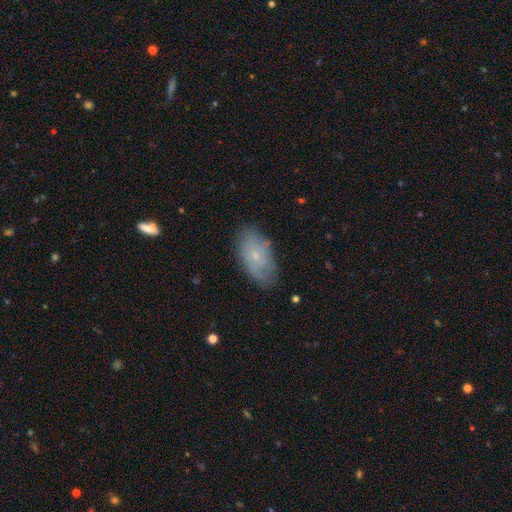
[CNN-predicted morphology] Smooth or featured?
  - smooth: 49% *
  - featured or disk: 43%
  - star or artifact: 8%
Merging?
  - none: 74% *
  - minor disturbance: 20%
  - major disturbance: 5%
  - merger: 1%